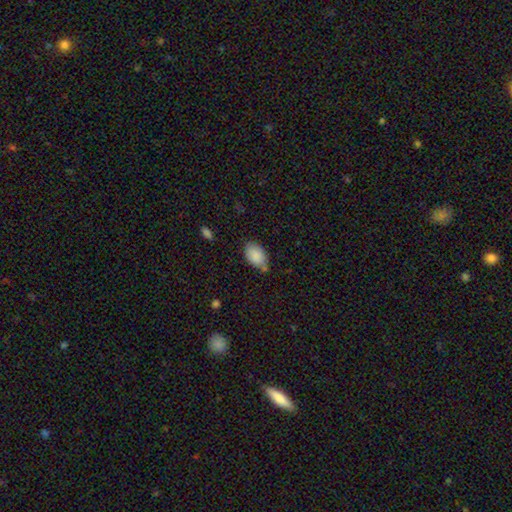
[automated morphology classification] smooth 88%, star or artifact 7%, featured or disk 5%. Down the decision tree: how rounded — in between (90%); merging — none (62%).